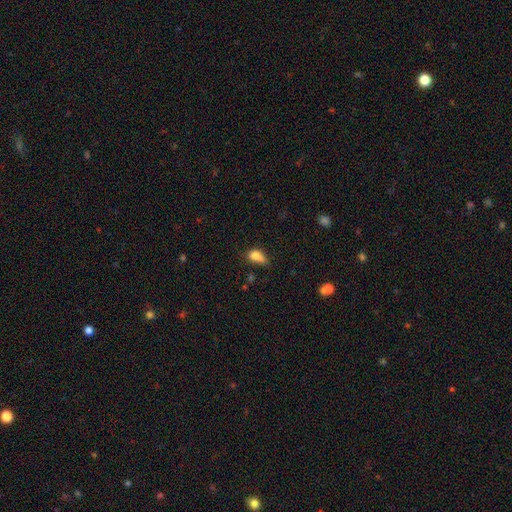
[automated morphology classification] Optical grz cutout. It shows a smooth galaxy with no disk features (76%) that is in between round and cigar-shaped (71%). Merging: minor disturbance (35%).